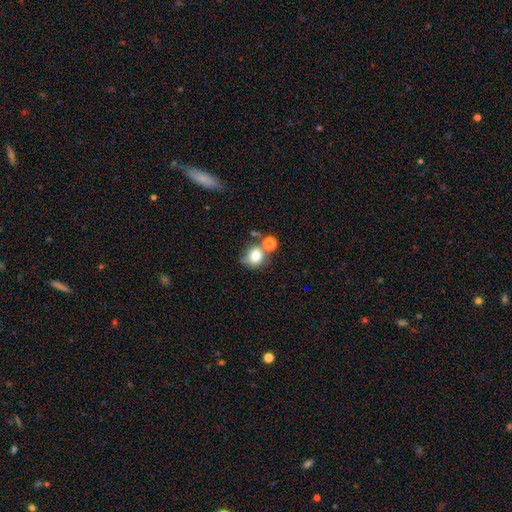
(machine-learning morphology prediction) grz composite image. It shows a smooth galaxy with no disk features (76%) that is round (79%). Merging: none (53%).